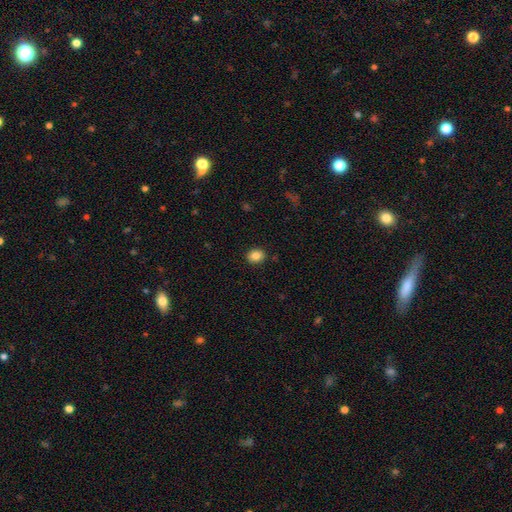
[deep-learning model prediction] Smooth or featured? smooth (84%)
How rounded? round (56%)
Merging? none (89%)